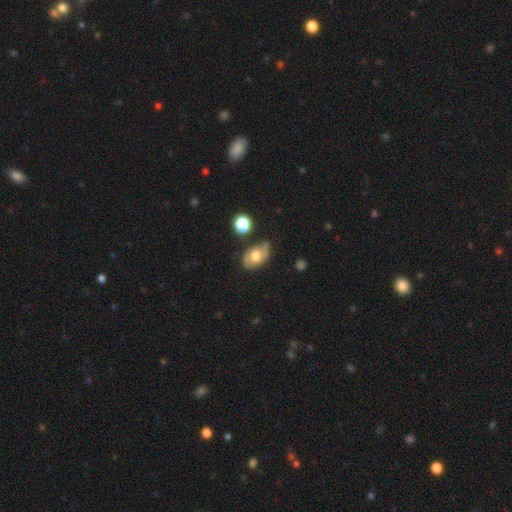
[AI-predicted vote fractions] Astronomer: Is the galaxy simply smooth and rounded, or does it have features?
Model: smooth — 53% (runner-up: featured or disk, 38%).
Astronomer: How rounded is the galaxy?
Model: in between — 85%.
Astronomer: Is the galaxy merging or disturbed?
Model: none — 54% (runner-up: minor disturbance, 30%).